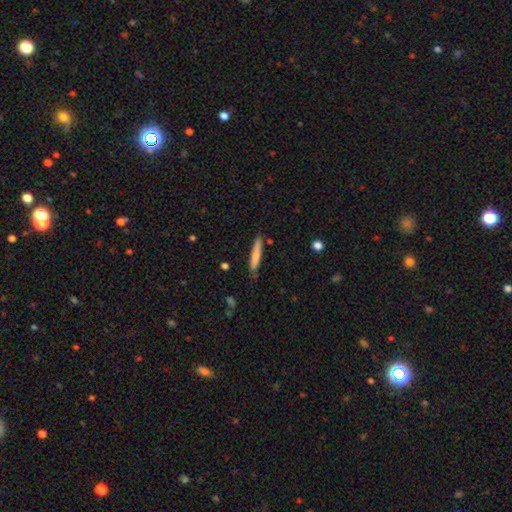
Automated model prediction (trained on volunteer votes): Morphology: type=smooth (75%); roundness=cigar-shaped (93%); merging=none (81%).